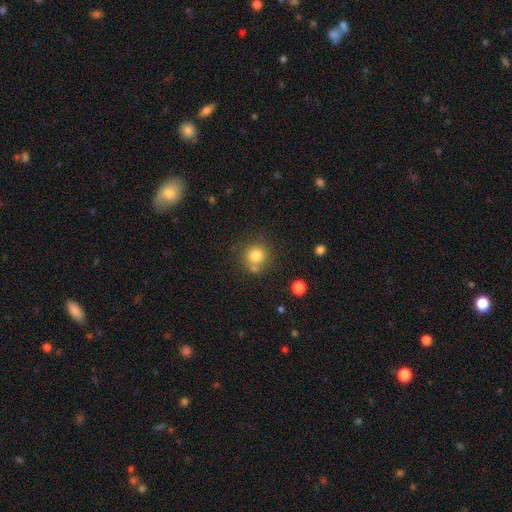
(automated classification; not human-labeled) Smooth or featured? Predicted: smooth (p=0.80). How rounded? Predicted: round (p=0.90). Merging? Predicted: none (p=0.67).